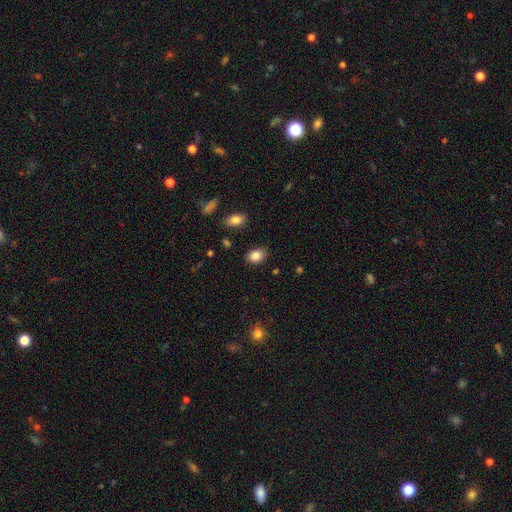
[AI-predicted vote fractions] Q: Smooth or featured?
A: smooth (86%); runner-up: star or artifact (9%)
Q: How rounded?
A: in between (72%); runner-up: round (27%)
Q: Merging?
A: none (84%); runner-up: minor disturbance (11%)